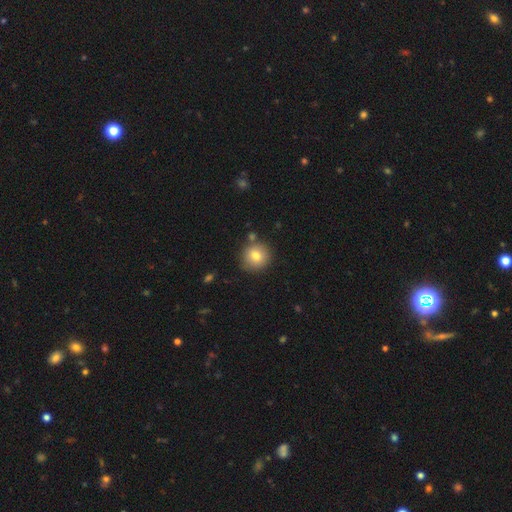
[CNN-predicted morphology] smooth 77%, featured or disk 12%, star or artifact 11%. Down the decision tree: how rounded — round (92%); merging — none (82%).